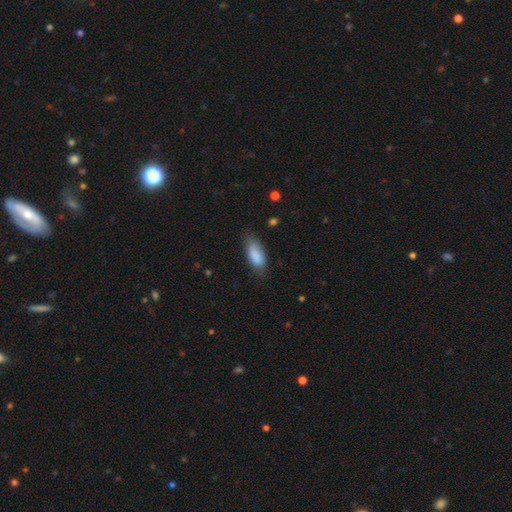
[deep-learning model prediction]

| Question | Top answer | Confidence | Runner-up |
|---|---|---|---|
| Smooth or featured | smooth | 87% | featured or disk (7%) |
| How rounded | in between | 83% | cigar-shaped (15%) |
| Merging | none | 72% | minor disturbance (22%) |